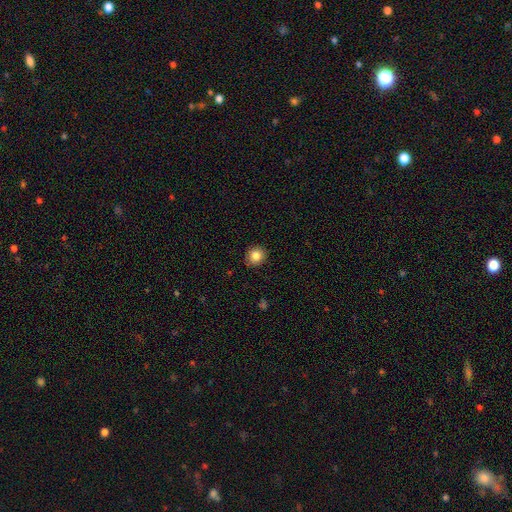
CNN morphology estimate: A smooth galaxy with no disk features (84%) that is round (87%).

Vote fractions:
- Smooth or featured? smooth: 84% / star or artifact: 10% / featured or disk: 6%
- How rounded? round: 87% / in between: 12% / cigar-shaped: 1%
- Merging? none: 90% / minor disturbance: 7% / major disturbance: 2% / merger: 1%